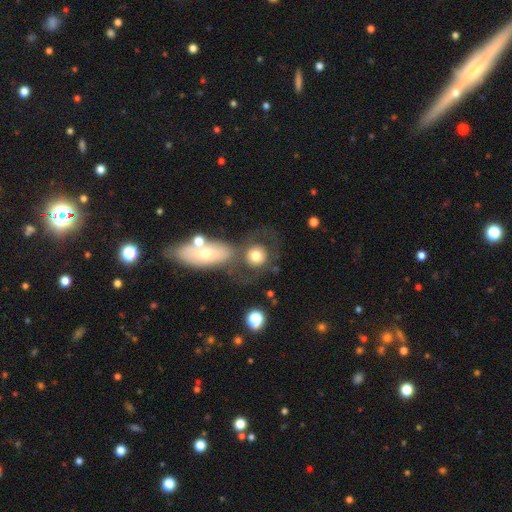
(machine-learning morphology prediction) smooth_or_featured: smooth (p=0.67) [alt: featured or disk p=0.24]
how_rounded: round (p=0.78) [alt: in between p=0.20]
merging: none (p=0.53) [alt: merger p=0.19]